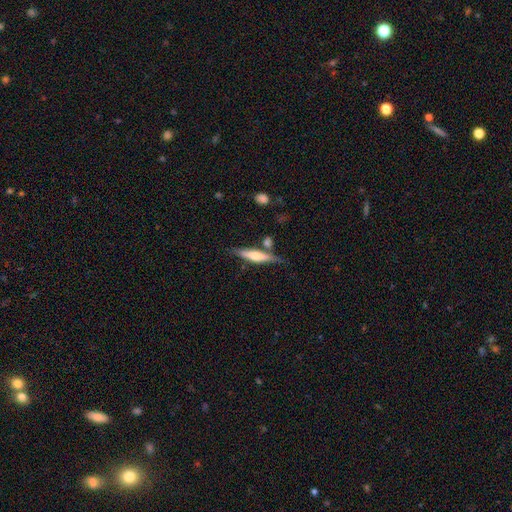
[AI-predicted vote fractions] Morphology: type=featured or disk (49%); merging=none (70%).